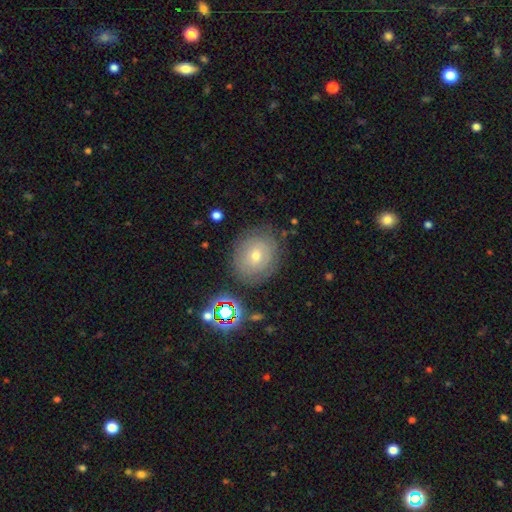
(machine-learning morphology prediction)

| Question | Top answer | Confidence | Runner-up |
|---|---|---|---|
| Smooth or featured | smooth | 48% | featured or disk (39%) |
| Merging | none | 78% | minor disturbance (14%) |